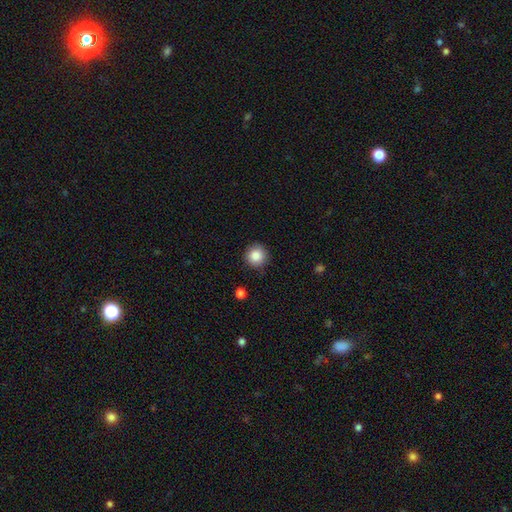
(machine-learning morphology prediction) Smooth or featured? smooth (86%)
How rounded? round (95%)
Merging? none (88%)